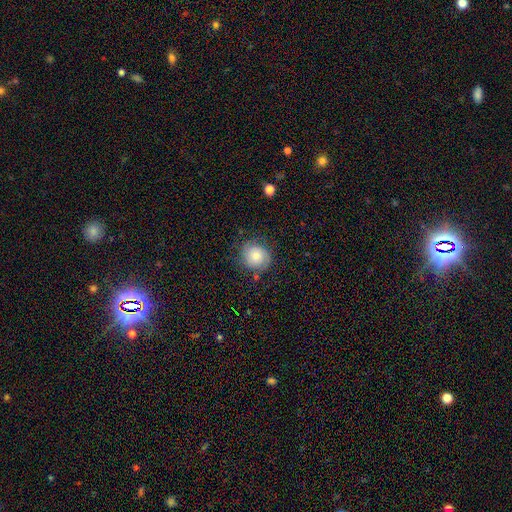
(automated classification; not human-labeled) Smooth or featured? Predicted: smooth (p=0.57). How rounded? Predicted: round (p=0.81). Merging? Predicted: none (p=0.73).